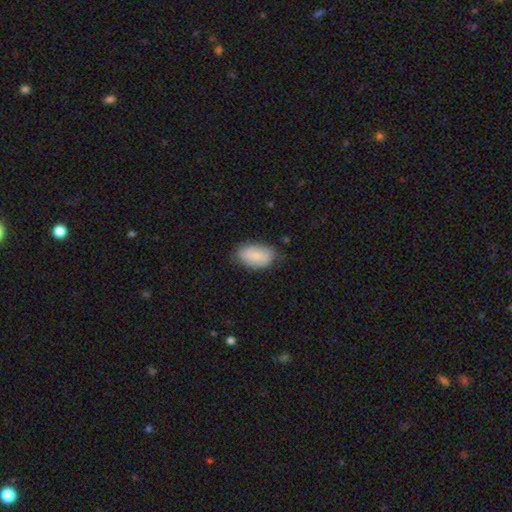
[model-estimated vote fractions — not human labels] smooth_or_featured: smooth (p=0.74) [alt: featured or disk p=0.19]
how_rounded: in between (p=0.91) [alt: round p=0.07]
merging: none (p=0.74) [alt: minor disturbance p=0.21]